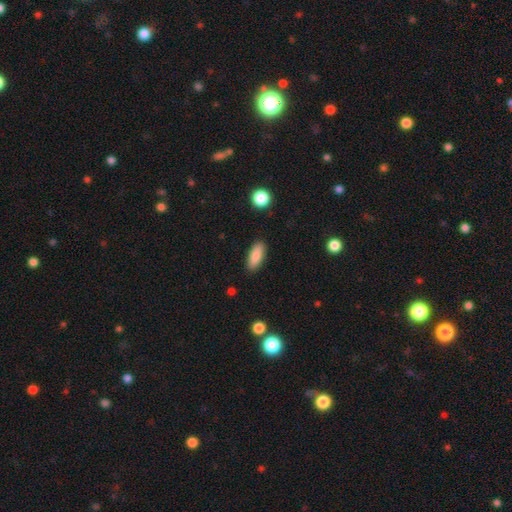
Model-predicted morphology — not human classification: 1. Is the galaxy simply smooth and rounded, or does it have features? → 86% smooth, 7% featured or disk, 7% star or artifact.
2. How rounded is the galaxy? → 72% in between, 26% cigar-shaped, 2% round.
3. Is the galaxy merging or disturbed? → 88% none, 9% minor disturbance, 2% major disturbance, 1% merger.